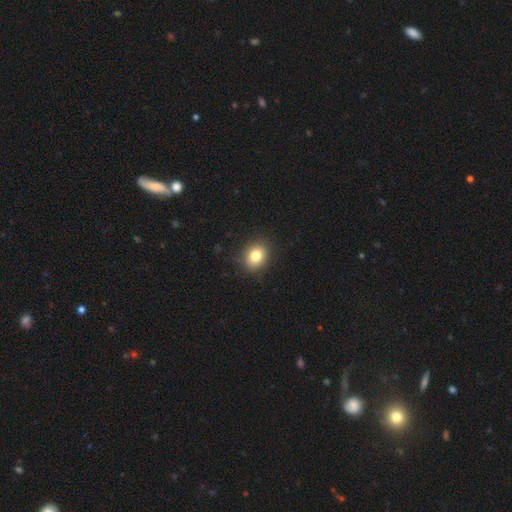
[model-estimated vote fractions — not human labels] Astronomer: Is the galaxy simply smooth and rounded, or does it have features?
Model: smooth — 81%.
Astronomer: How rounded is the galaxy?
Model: round — 62% (runner-up: in between, 37%).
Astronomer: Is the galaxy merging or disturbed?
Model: none — 87%.